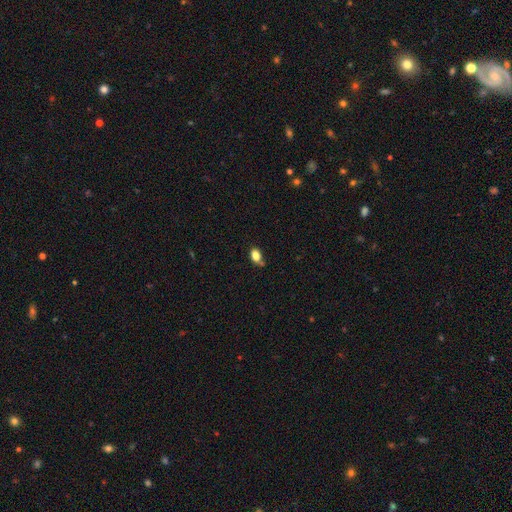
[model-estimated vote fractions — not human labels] Overall: smooth (84%). How rounded: in between (84%). Merging: none (67%).